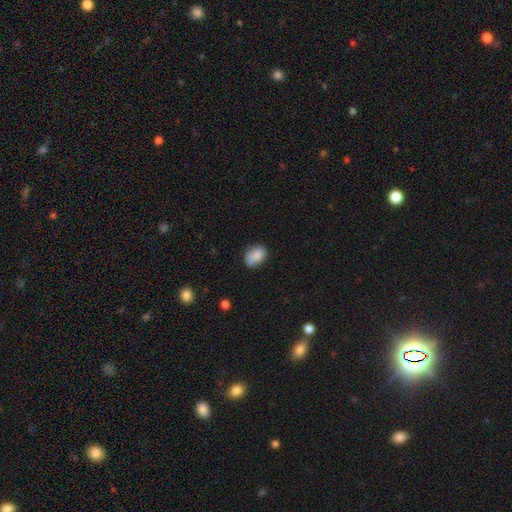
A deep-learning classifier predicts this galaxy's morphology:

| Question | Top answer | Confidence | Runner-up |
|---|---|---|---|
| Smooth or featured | smooth | 87% | star or artifact (8%) |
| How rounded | in between | 82% | round (17%) |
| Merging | none | 75% | minor disturbance (19%) |